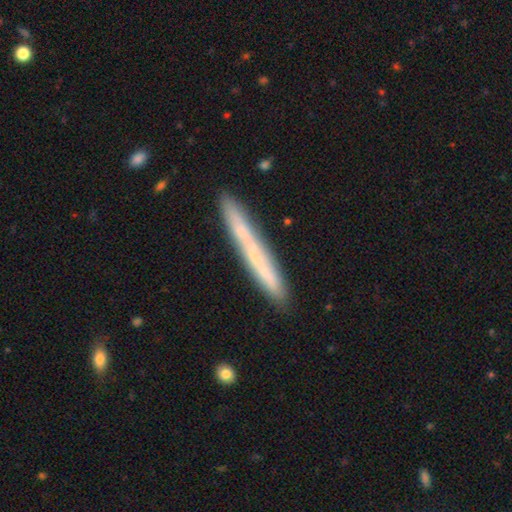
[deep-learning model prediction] smooth 49%, featured or disk 44%, star or artifact 7%. Down the decision tree: merging — none (86%).